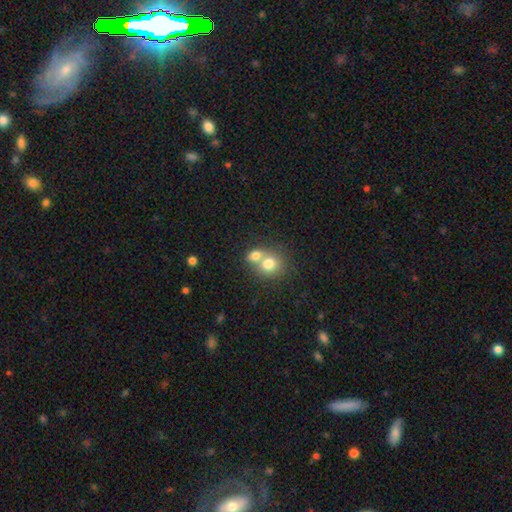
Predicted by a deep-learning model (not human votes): Smooth or featured? Predicted: smooth (p=0.75). How rounded? Predicted: round (p=0.65). Merging? Predicted: merger (p=0.65).